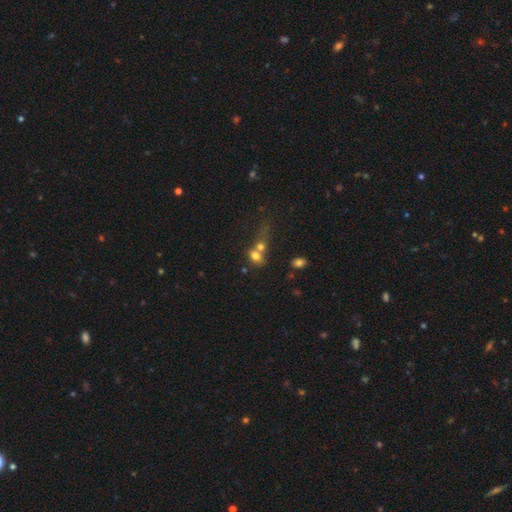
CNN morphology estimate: Q: Smooth or featured?
A: smooth (72%); runner-up: featured or disk (15%)
Q: How rounded?
A: in between (56%); runner-up: round (42%)
Q: Merging?
A: merger (60%); runner-up: none (25%)